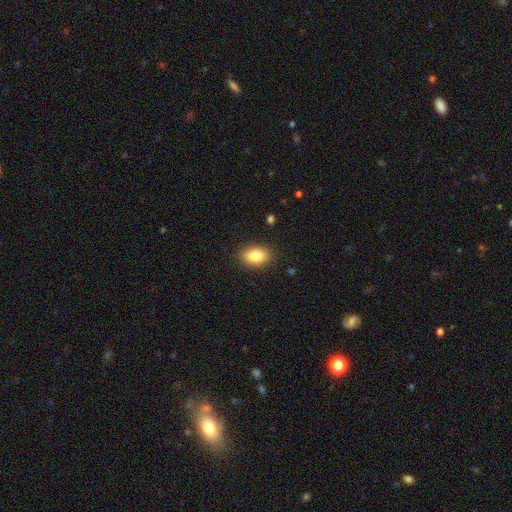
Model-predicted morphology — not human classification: Smooth or featured: smooth — 84% (featured or disk — 8%)
How rounded: in between — 85% (round — 13%)
Merging: none — 87% (minor disturbance — 10%)